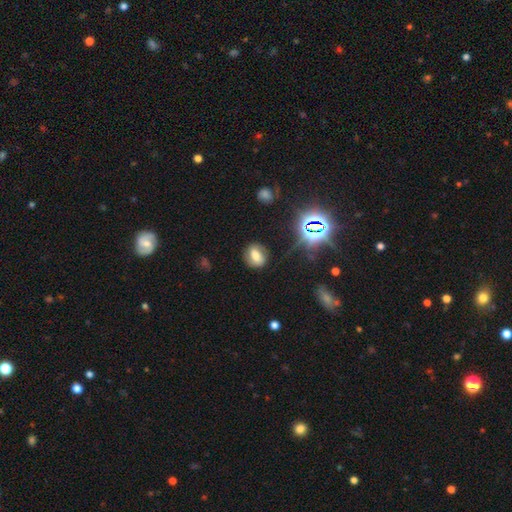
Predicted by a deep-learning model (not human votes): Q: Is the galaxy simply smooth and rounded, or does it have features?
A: smooth — 56%.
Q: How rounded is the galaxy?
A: in between — 54%.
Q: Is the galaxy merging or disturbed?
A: none — 80%.